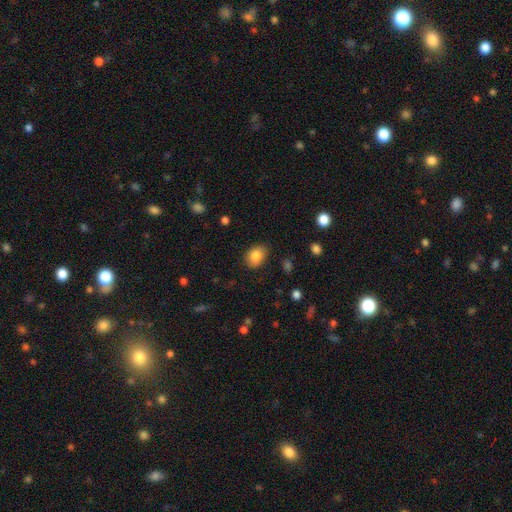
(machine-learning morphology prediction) type=smooth (84%); roundness=in between (66%); merging=none (82%).